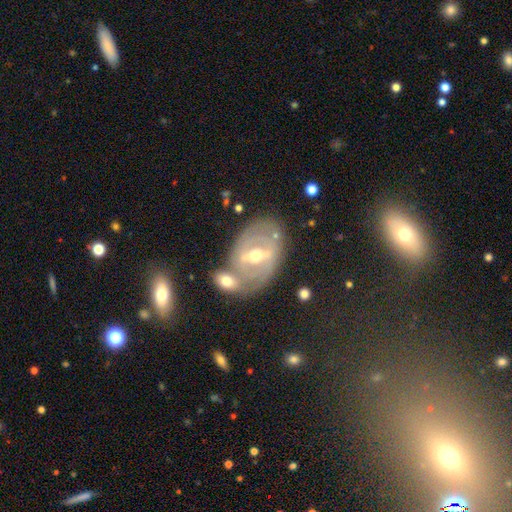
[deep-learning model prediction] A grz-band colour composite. It shows a featured or disk galaxy (77%) with a strong bar (46%), 2 (55%) tight (53%) spiral arms (71%) and a moderate central bulge (66%). Merging: none (63%).